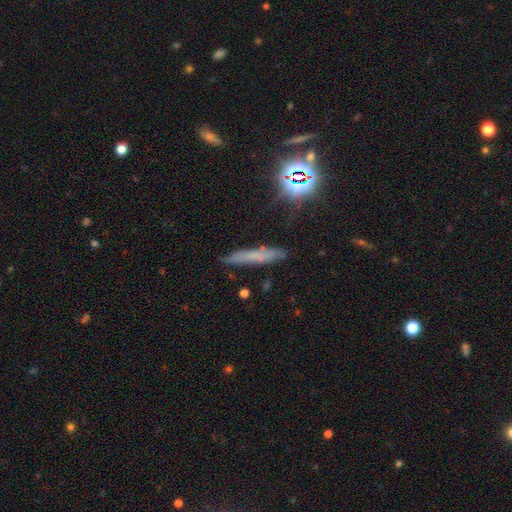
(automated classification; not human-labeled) Smooth or featured? smooth (54%)
How rounded? cigar-shaped (89%)
Merging? none (80%)